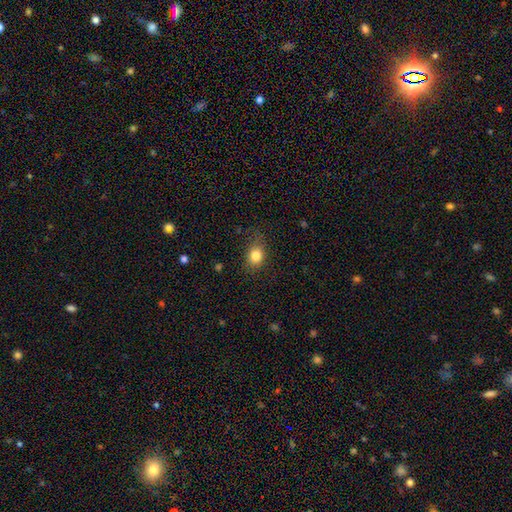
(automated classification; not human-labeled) A smooth galaxy with no disk features (82%) that is in between round and cigar-shaped (51%).

Vote fractions:
- Smooth or featured? smooth: 82% / star or artifact: 11% / featured or disk: 7%
- How rounded? in between: 51% / round: 48% / cigar-shaped: 1%
- Merging? none: 74% / minor disturbance: 19% / major disturbance: 6% / merger: 1%